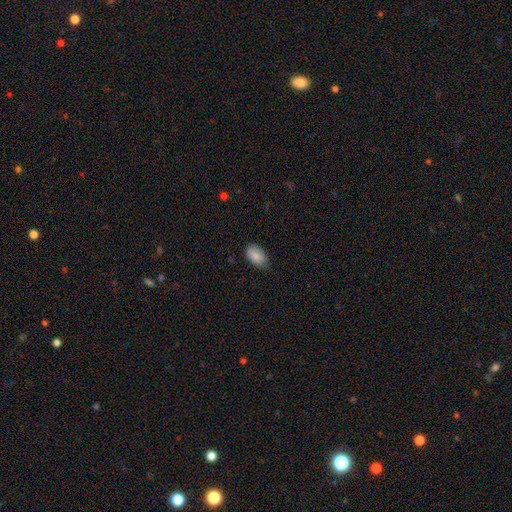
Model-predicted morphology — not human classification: Q: Smooth or featured?
A: smooth (87%); runner-up: featured or disk (7%)
Q: How rounded?
A: in between (92%); runner-up: round (7%)
Q: Merging?
A: none (69%); runner-up: minor disturbance (26%)